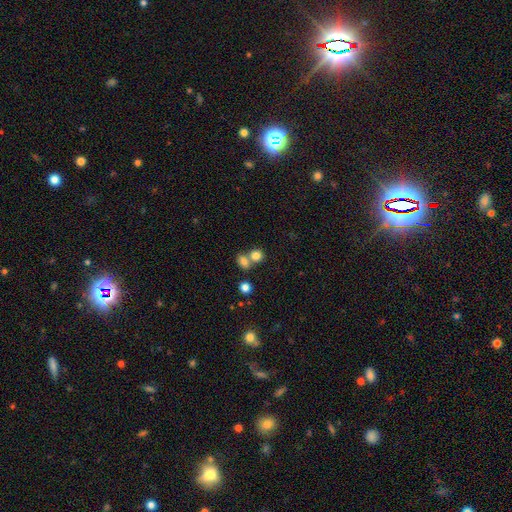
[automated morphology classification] Smooth or featured?
  - smooth: 80% *
  - star or artifact: 11%
  - featured or disk: 9%
How rounded?
  - round: 76% *
  - in between: 23%
  - cigar-shaped: 1%
Merging?
  - merger: 46% *
  - none: 44%
  - minor disturbance: 7%
  - major disturbance: 3%